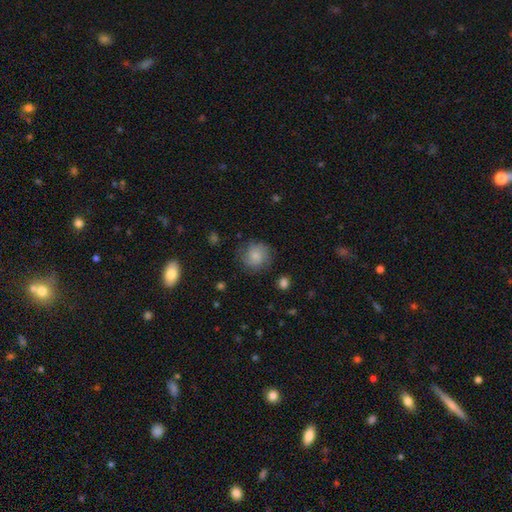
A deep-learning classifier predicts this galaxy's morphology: smooth-or-featured: smooth: 66% | featured or disk: 25% | star or artifact: 9%
  how-rounded: round: 89% | in between: 10% | cigar-shaped: 1%
  merging: none: 75% | minor disturbance: 17% | major disturbance: 6% | merger: 1%